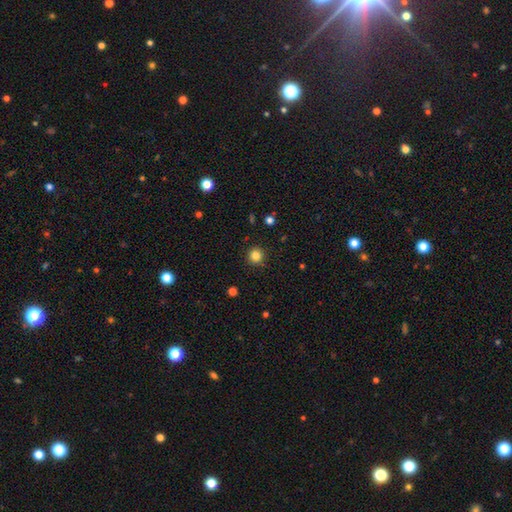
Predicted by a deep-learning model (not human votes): smooth 84%, star or artifact 12%, featured or disk 4%. Down the decision tree: how rounded — round (94%); merging — none (91%).